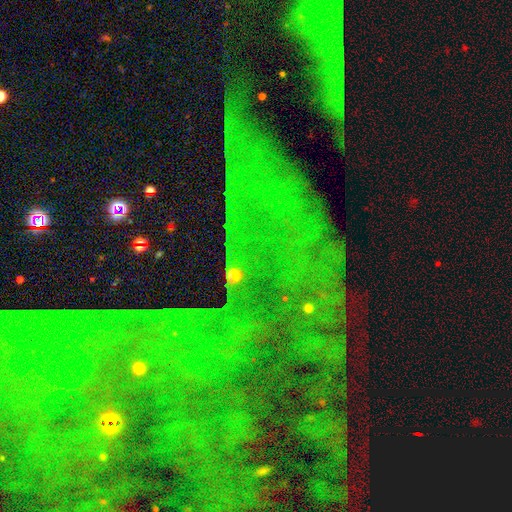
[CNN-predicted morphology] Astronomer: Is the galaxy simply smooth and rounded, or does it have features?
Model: star or artifact — 80%.